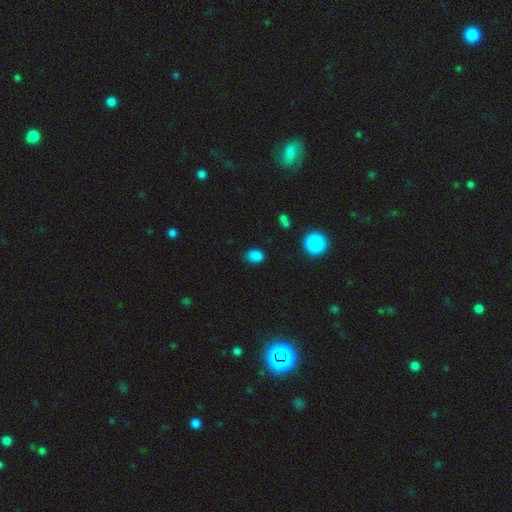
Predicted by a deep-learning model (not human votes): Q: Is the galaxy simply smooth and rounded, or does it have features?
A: smooth — 81%.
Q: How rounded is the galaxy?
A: in between — 61%.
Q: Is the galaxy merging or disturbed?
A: none — 81%.